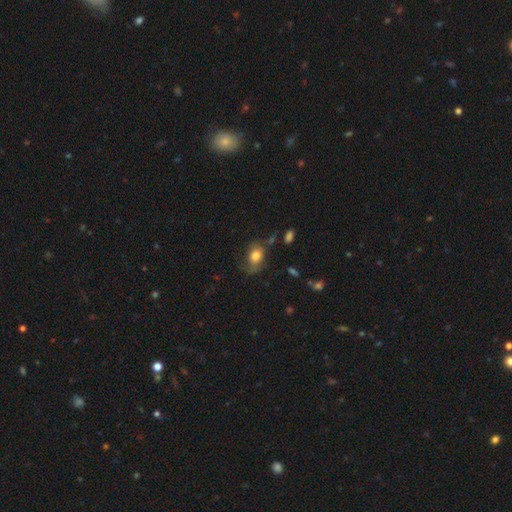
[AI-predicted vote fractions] Morphology: type=smooth (77%); roundness=in between (70%); merging=none (51%).